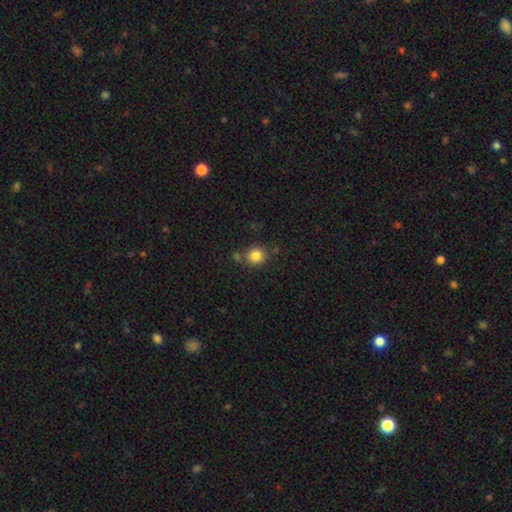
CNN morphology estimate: smooth 83%, star or artifact 11%, featured or disk 6%. Down the decision tree: how rounded — round (86%); merging — none (74%).